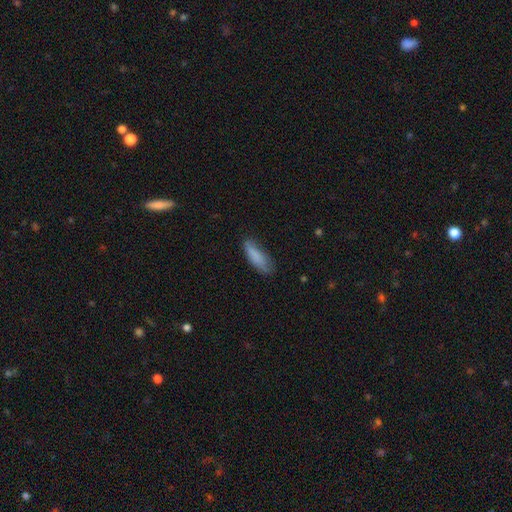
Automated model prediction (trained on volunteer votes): Smooth or featured?
  - smooth: 83% *
  - featured or disk: 11%
  - star or artifact: 7%
How rounded?
  - cigar-shaped: 52% *
  - in between: 46%
  - round: 2%
Merging?
  - none: 68% *
  - minor disturbance: 25%
  - major disturbance: 6%
  - merger: 2%